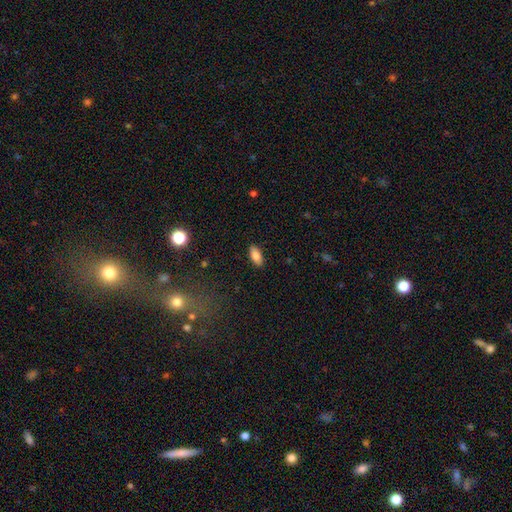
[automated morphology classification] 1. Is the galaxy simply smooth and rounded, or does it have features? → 81% smooth, 11% featured or disk, 8% star or artifact.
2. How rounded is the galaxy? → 87% in between, 10% cigar-shaped, 3% round.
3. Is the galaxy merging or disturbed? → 89% none, 8% minor disturbance, 2% major disturbance, 1% merger.